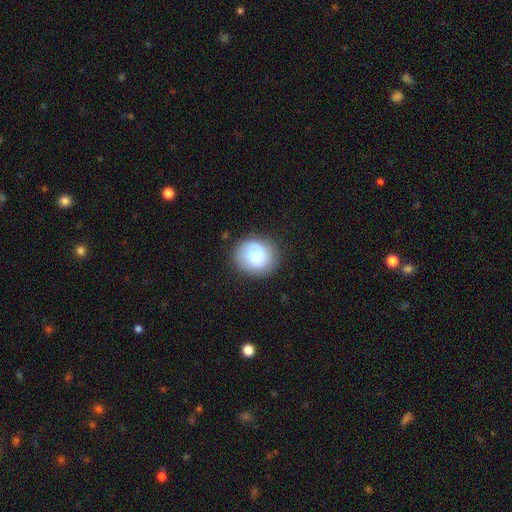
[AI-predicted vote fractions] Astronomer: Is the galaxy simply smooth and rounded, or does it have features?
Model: smooth — 75%.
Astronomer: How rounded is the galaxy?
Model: round — 81%.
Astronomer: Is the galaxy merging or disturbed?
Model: none — 79%.